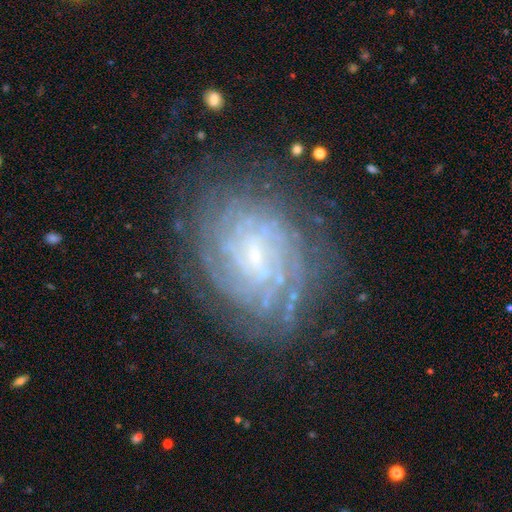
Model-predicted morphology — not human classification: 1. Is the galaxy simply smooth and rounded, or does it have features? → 83% featured or disk, 9% smooth, 8% star or artifact.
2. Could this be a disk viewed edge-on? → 97% no, 3% yes.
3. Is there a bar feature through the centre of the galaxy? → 49% weak, 36% no, 15% strong.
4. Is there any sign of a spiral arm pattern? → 95% yes, 5% no.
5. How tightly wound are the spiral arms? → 78% tight, 17% medium, 4% loose.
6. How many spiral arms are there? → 42% can't tell, 19% more than 4, 15% 4, 9% 2, 9% 3, 6% 1.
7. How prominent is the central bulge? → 75% small, 13% moderate, 9% none, 2% large, 1% dominant.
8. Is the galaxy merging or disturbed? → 76% none, 16% minor disturbance, 7% major disturbance, 2% merger.